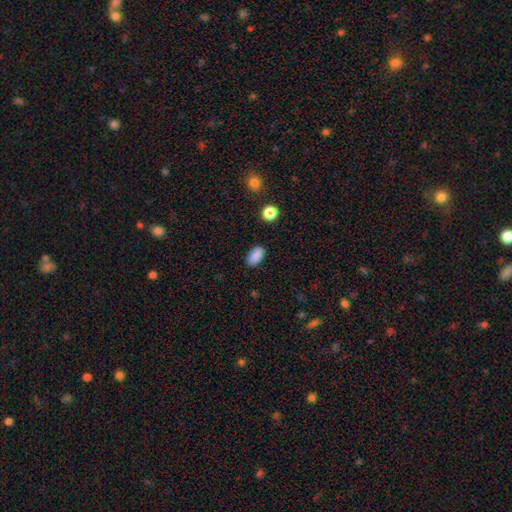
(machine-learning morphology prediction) smooth_or_featured: smooth (p=0.88) [alt: star or artifact p=0.09]
how_rounded: in between (p=0.92) [alt: round p=0.05]
merging: none (p=0.86) [alt: minor disturbance p=0.10]